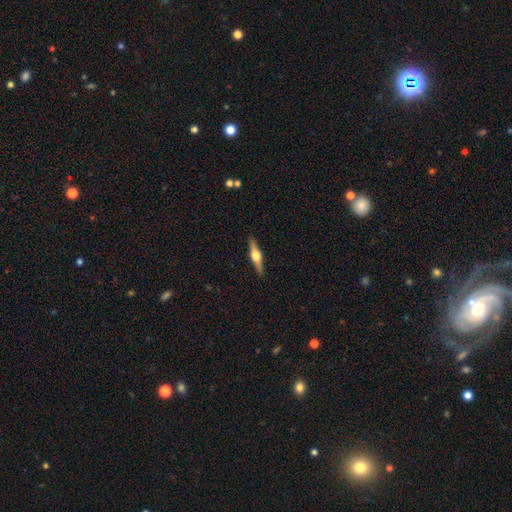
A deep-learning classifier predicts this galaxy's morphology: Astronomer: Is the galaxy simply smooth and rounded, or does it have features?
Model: featured or disk — 73%.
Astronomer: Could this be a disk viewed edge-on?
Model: yes — 98%.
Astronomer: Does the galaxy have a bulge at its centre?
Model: rounded — 94%.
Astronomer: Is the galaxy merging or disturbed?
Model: none — 91%.